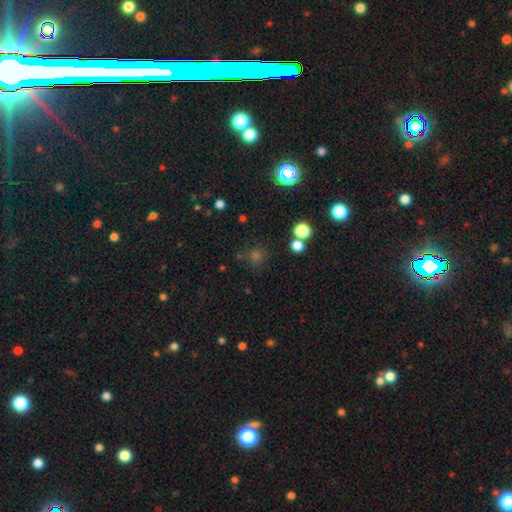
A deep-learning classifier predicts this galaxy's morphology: Q: Smooth or featured?
A: smooth (54%); runner-up: star or artifact (39%)
Q: How rounded?
A: round (92%); runner-up: in between (7%)
Q: Merging?
A: none (82%); runner-up: minor disturbance (9%)